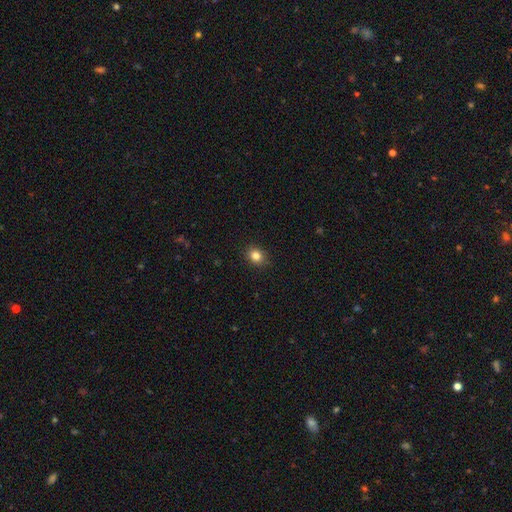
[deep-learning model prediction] This appears to be a smooth galaxy with no disk features (83%) that is round (62%). Merging: none (90%).